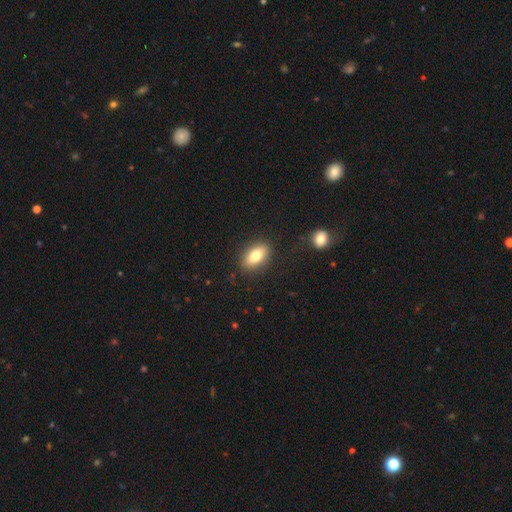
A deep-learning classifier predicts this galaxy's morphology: A smooth galaxy with no disk features (77%) that is in between round and cigar-shaped (87%). Merging: none (86%).